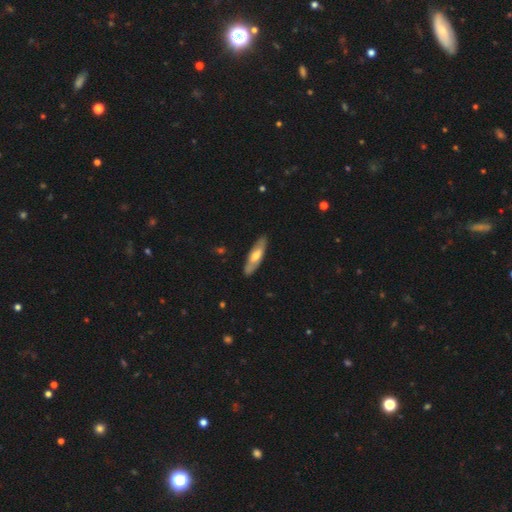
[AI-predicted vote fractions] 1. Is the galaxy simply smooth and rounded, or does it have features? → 48% featured or disk, 47% smooth, 5% star or artifact.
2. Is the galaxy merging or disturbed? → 86% none, 11% minor disturbance, 2% major disturbance, 1% merger.